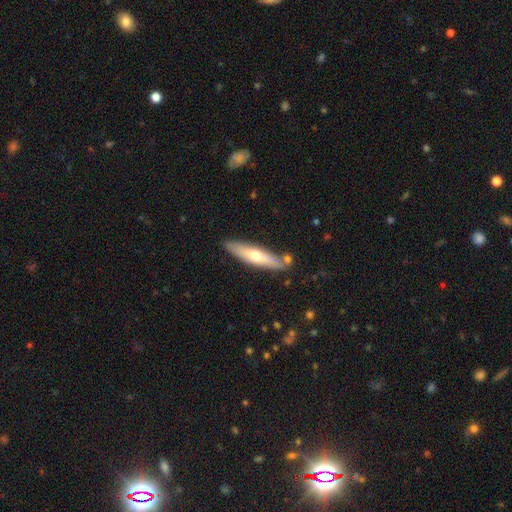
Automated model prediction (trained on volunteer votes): A smooth galaxy with no disk features (51%) that is cigar-shaped (79%).

Vote fractions:
- Smooth or featured? smooth: 51% / featured or disk: 43% / star or artifact: 6%
- How rounded? cigar-shaped: 79% / in between: 19% / round: 2%
- Merging? none: 82% / minor disturbance: 11% / merger: 5% / major disturbance: 2%